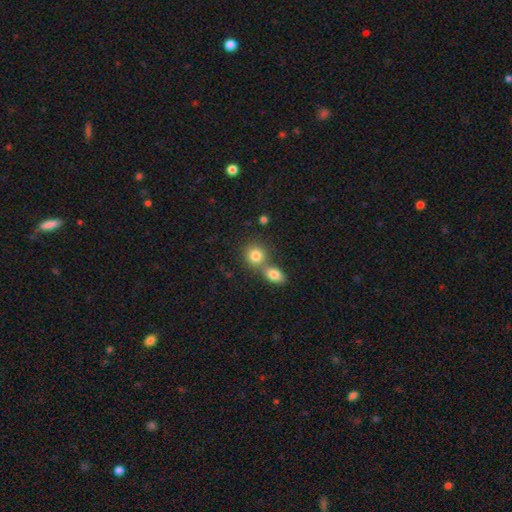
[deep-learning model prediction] Q: Smooth or featured?
A: smooth (81%); runner-up: star or artifact (10%)
Q: How rounded?
A: round (77%); runner-up: in between (21%)
Q: Merging?
A: merger (48%); runner-up: none (42%)